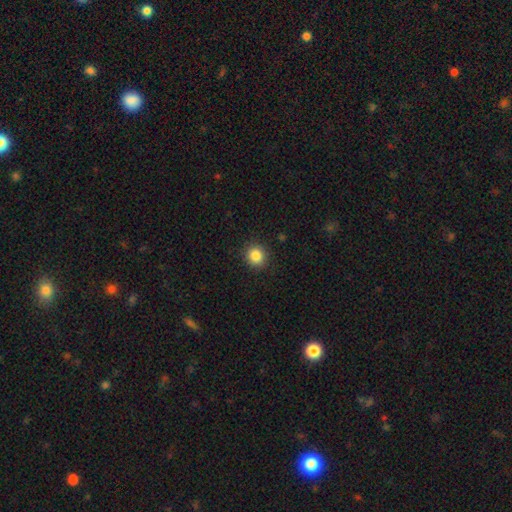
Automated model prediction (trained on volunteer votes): Morphology: type=smooth (86%); roundness=round (85%); merging=none (90%).